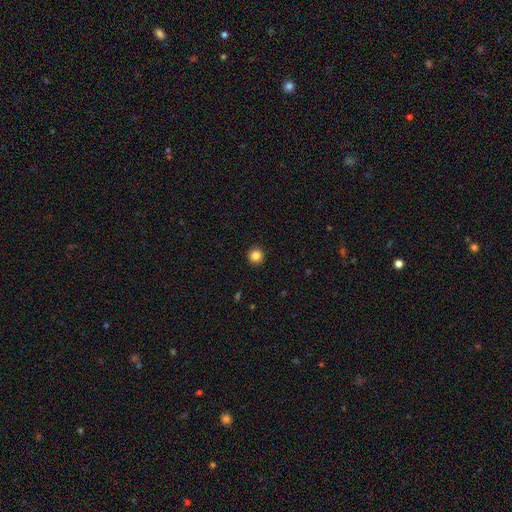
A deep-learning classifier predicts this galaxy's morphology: type=smooth (85%); roundness=round (95%); merging=none (93%).